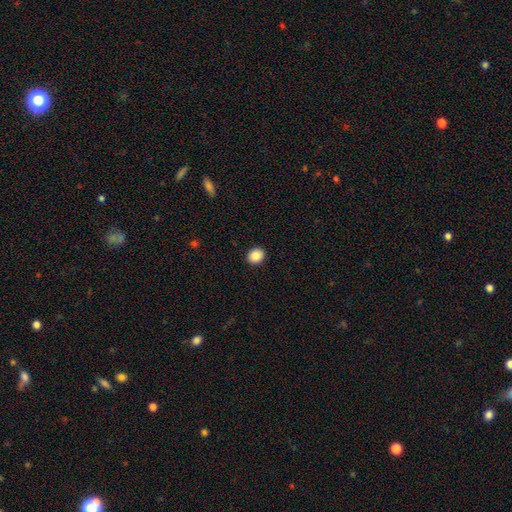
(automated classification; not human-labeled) Morphology: type=smooth (88%); roundness=round (68%); merging=none (92%).